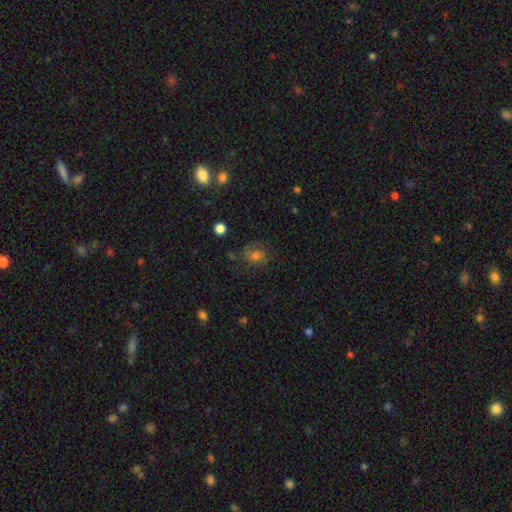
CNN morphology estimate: Q: Smooth or featured?
A: smooth (54%); runner-up: featured or disk (25%)
Q: How rounded?
A: round (55%); runner-up: in between (44%)
Q: Merging?
A: none (63%); runner-up: minor disturbance (22%)